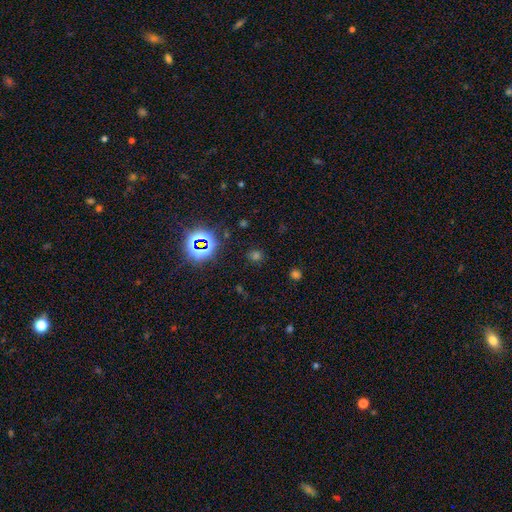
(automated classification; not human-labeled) Overall: star or artifact (49%; smooth 44%).